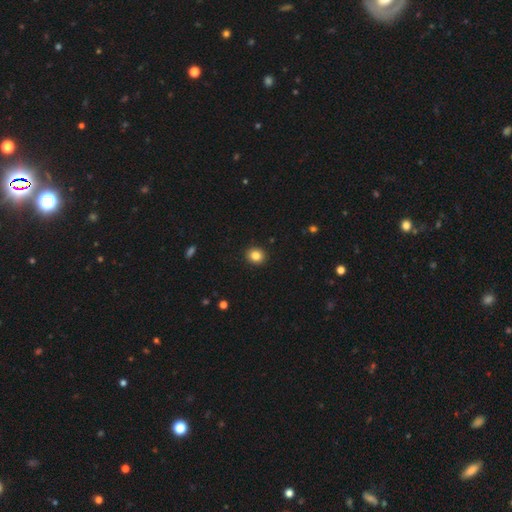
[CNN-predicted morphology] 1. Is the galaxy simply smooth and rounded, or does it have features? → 85% smooth, 10% star or artifact, 5% featured or disk.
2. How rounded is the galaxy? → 84% round, 15% in between, 1% cigar-shaped.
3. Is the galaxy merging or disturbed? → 92% none, 5% minor disturbance, 2% major disturbance, 1% merger.